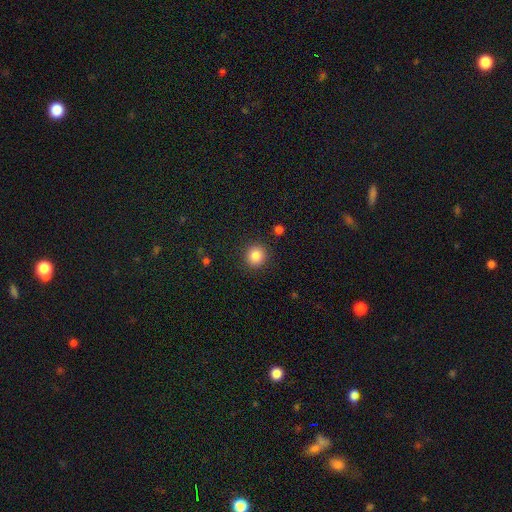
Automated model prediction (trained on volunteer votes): smooth-or-featured: smooth: 84% | star or artifact: 10% | featured or disk: 6%
  how-rounded: round: 91% | in between: 8% | cigar-shaped: 1%
  merging: none: 91% | minor disturbance: 6% | major disturbance: 2% | merger: 1%